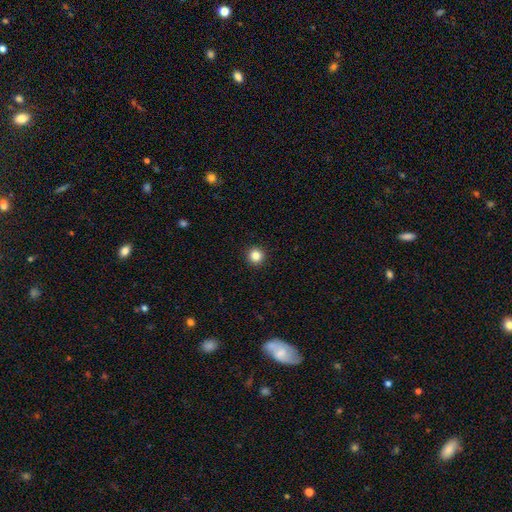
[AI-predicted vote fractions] Overall: smooth (85%). How rounded: round (96%). Merging: none (94%).